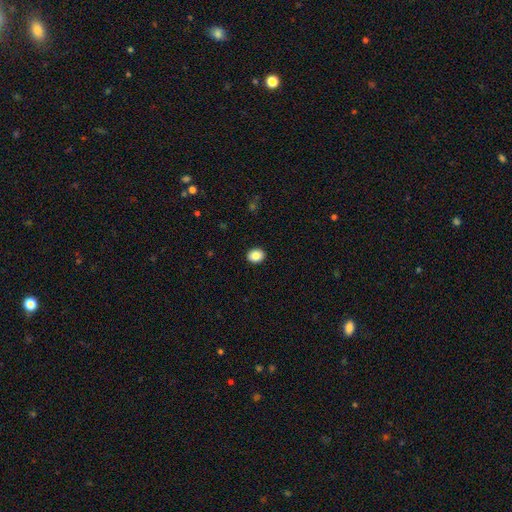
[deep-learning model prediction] Overall: smooth (86%). How rounded: round (58%; in between 41%). Merging: none (91%).